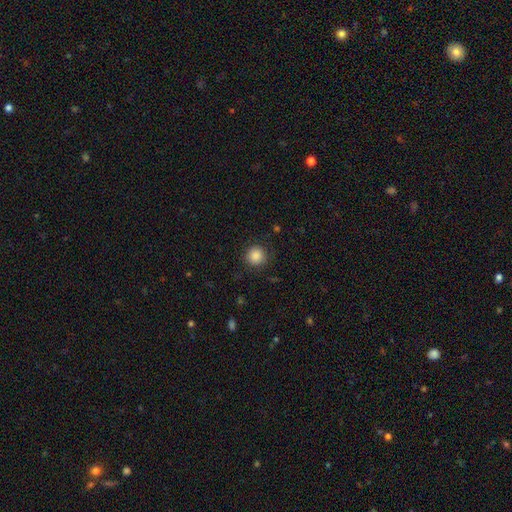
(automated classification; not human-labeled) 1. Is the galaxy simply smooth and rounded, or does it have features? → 86% smooth, 10% star or artifact, 3% featured or disk.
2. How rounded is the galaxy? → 94% round, 5% in between, 1% cigar-shaped.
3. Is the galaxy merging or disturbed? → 87% none, 9% minor disturbance, 3% major disturbance, 1% merger.